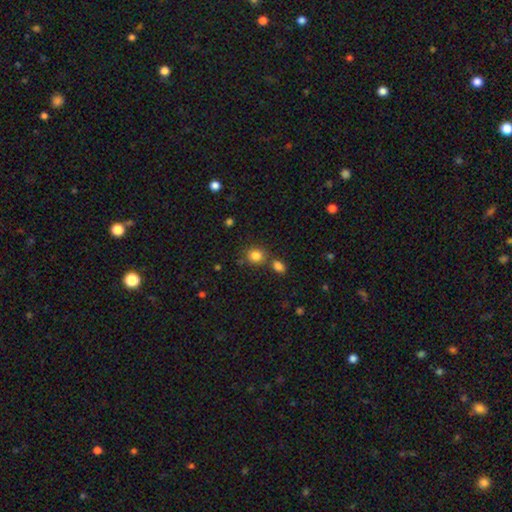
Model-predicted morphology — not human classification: smooth_or_featured: smooth (p=0.83) [alt: star or artifact p=0.11]
how_rounded: round (p=0.76) [alt: in between p=0.23]
merging: none (p=0.66) [alt: merger p=0.20]